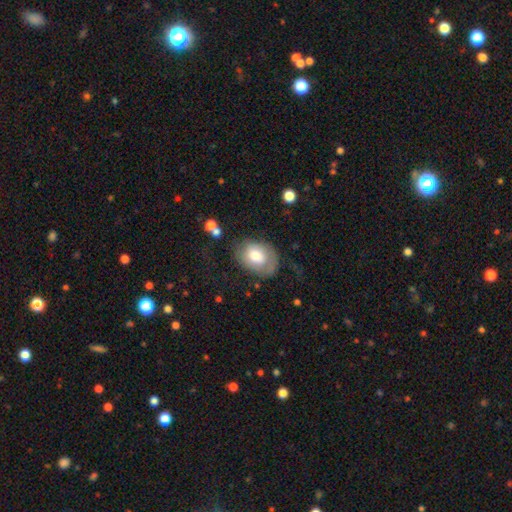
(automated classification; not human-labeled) smooth 67%, featured or disk 26%, star or artifact 7%. Down the decision tree: how rounded — in between (77%); merging — none (55%).